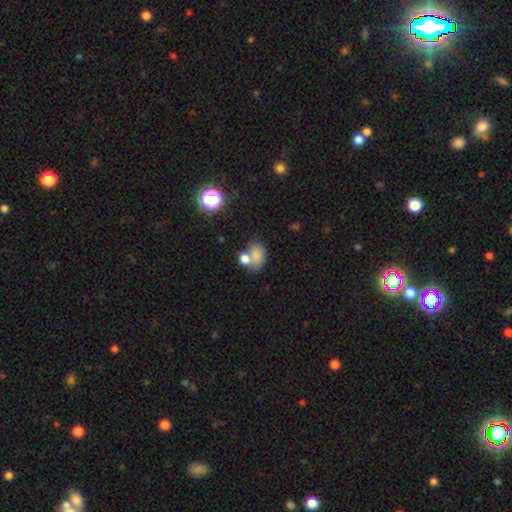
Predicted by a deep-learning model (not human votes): The model was most divided on "merging": merger: 41%, none: 36%, minor disturbance: 14%, major disturbance: 8%. More confident: smooth or featured — smooth (76%); how rounded — in between (74%).